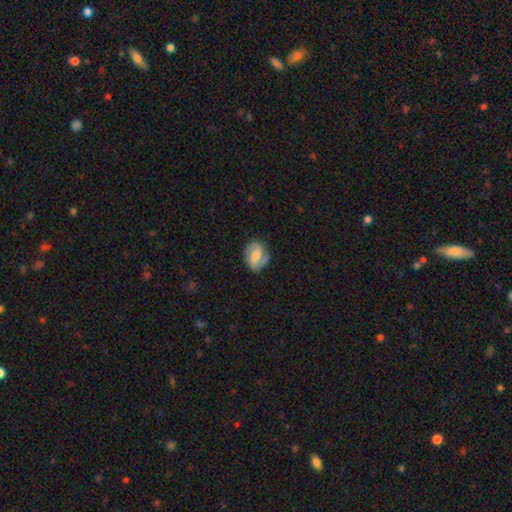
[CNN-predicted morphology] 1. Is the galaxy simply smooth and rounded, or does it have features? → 73% featured or disk, 21% smooth, 6% star or artifact.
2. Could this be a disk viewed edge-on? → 98% no, 2% yes.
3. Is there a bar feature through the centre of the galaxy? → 50% weak, 31% no, 19% strong.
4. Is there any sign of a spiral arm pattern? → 93% yes, 7% no.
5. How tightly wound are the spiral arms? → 48% medium, 32% tight, 20% loose.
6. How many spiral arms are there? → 85% 2, 6% can't tell, 5% 1, 2% 3, 1% 4, 1% more than 4.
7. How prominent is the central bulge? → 53% moderate, 30% small, 9% large, 7% none, 1% dominant.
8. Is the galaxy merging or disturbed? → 75% none, 18% minor disturbance, 6% major disturbance, 2% merger.